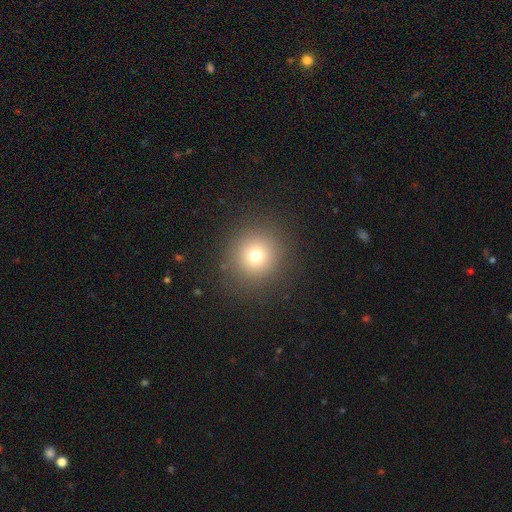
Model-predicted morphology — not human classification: This is likely a smooth galaxy (74%). How rounded: clearly round (93%). Merging: clearly none (89%).